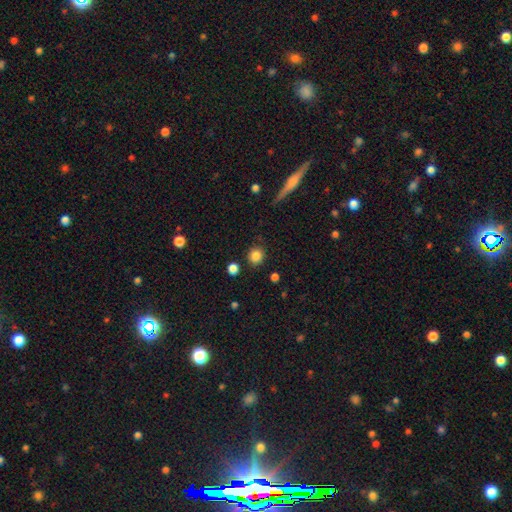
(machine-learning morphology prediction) This is clearly a smooth galaxy (85%). How rounded: clearly round (86%). Merging: clearly none (85%).